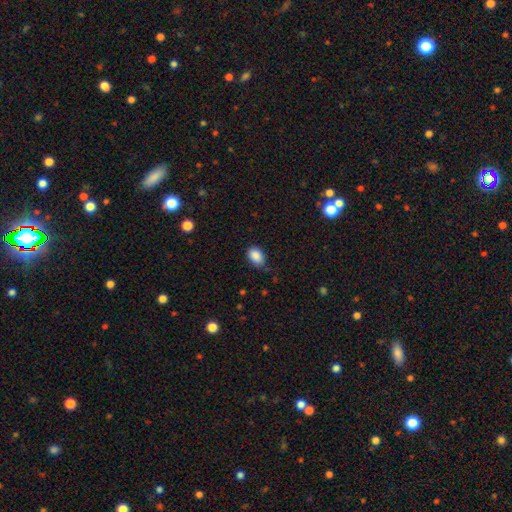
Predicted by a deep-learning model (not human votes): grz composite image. It shows a smooth galaxy with no disk features (88%) that is in between round and cigar-shaped (83%). Merging: none (75%).